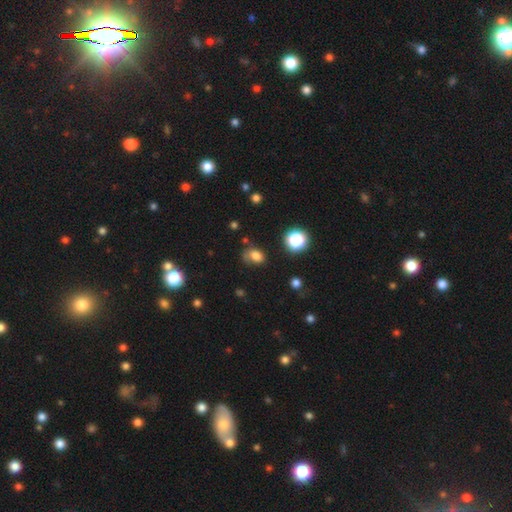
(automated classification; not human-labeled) Smooth or featured? Predicted: smooth (p=0.76). How rounded? Predicted: in between (p=0.69). Merging? Predicted: none (p=0.51).